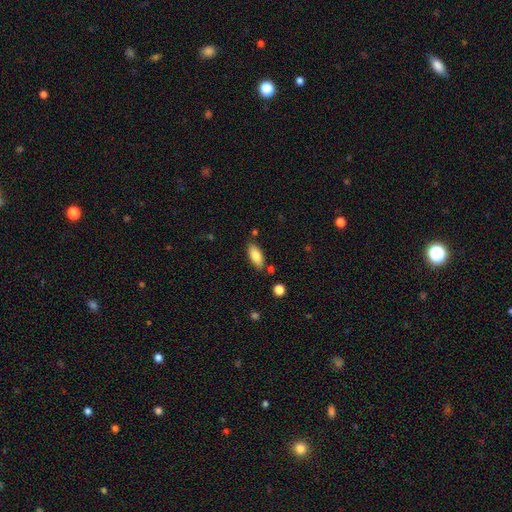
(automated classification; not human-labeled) Smooth or featured? Predicted: smooth (p=0.83). How rounded? Predicted: in between (p=0.83). Merging? Predicted: none (p=0.80).